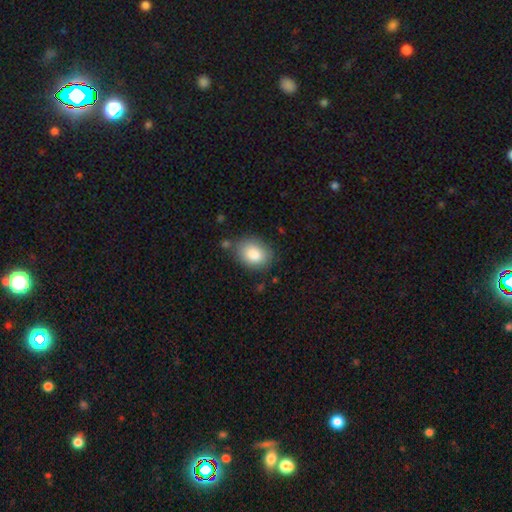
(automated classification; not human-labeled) This is clearly a smooth galaxy (85%). How rounded: likely in between (70%). Merging: likely none (77%).